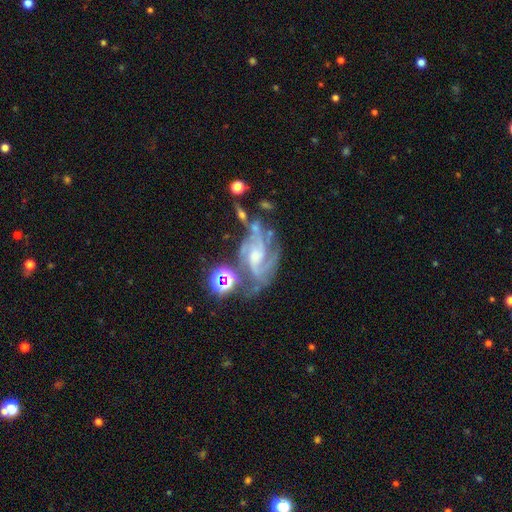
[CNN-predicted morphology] smooth-or-featured: featured or disk: 85% | star or artifact: 9% | smooth: 6%
  disk-edge-on: no: 97% | yes: 3%
    bar: no: 55% | weak: 35% | strong: 10%
    has-spiral-arms: yes: 96% | no: 4%
      spiral-winding: medium: 48% | tight: 40% | loose: 12%
      spiral-arm-count: 3: 37% | 2: 21% | can't tell: 17% | 4: 14% | more than 4: 6% | 1: 5%
    bulge-size: small: 49% | moderate: 34% | none: 12% | large: 4% | dominant: 1%
  merging: none: 47% | minor disturbance: 22% | major disturbance: 21% | merger: 11%